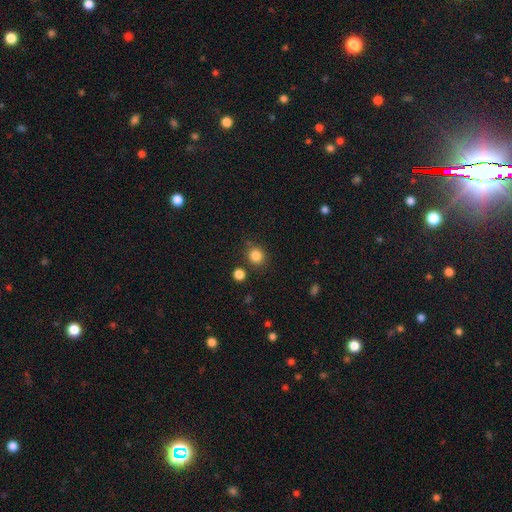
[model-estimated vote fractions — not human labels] This appears to be a smooth galaxy with no disk features (84%) that is round (86%). Merging: none (80%).